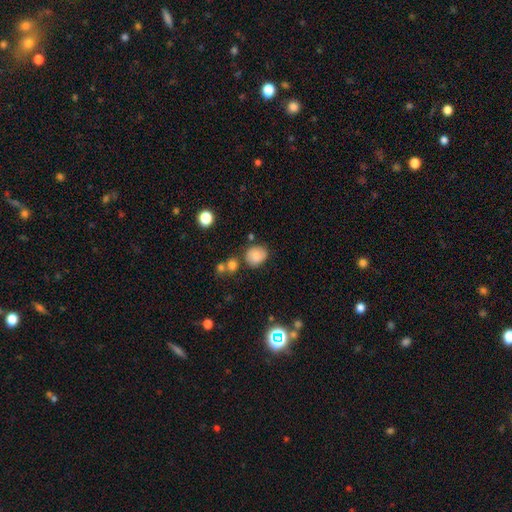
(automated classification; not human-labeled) The model was most divided on "how rounded": round: 64%, in between: 35%, cigar-shaped: 1%. More confident: smooth or featured — smooth (73%); merging — none (69%).